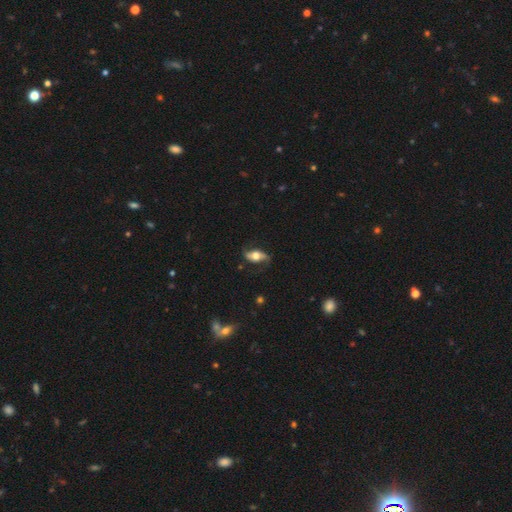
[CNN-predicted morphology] Smooth or featured? featured or disk (58%)
Edge-on disk? no (79%)
Merging? none (70%)